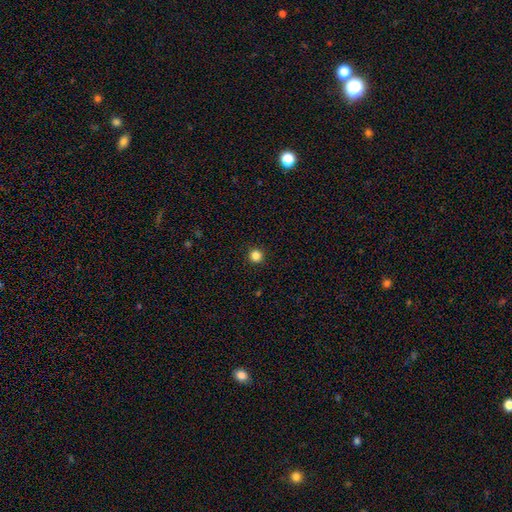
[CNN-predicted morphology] This appears to be a smooth galaxy with no disk features (85%) that is round (95%). Merging: none (93%).